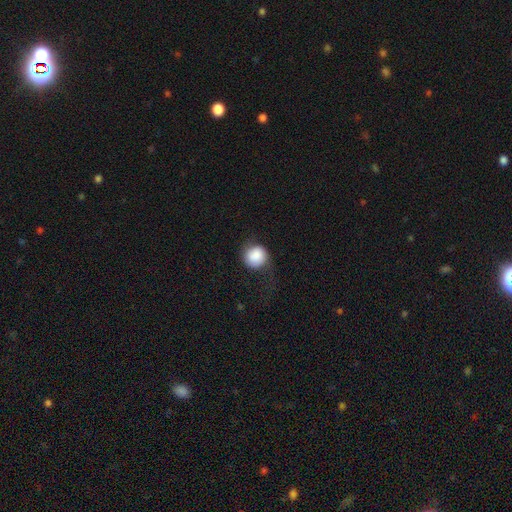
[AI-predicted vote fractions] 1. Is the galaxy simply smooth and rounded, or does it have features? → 82% smooth, 10% featured or disk, 7% star or artifact.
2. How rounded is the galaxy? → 89% round, 10% in between, 1% cigar-shaped.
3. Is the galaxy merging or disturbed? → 57% none, 24% minor disturbance, 17% major disturbance, 2% merger.